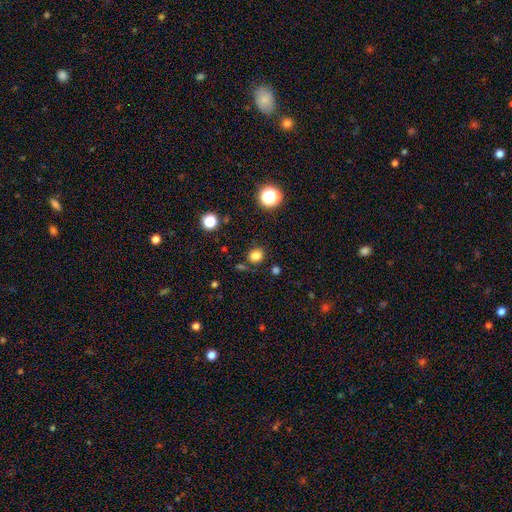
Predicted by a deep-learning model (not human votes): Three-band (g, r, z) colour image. It shows a smooth galaxy with no disk features (81%) that is round (81%). Merging: none (82%).